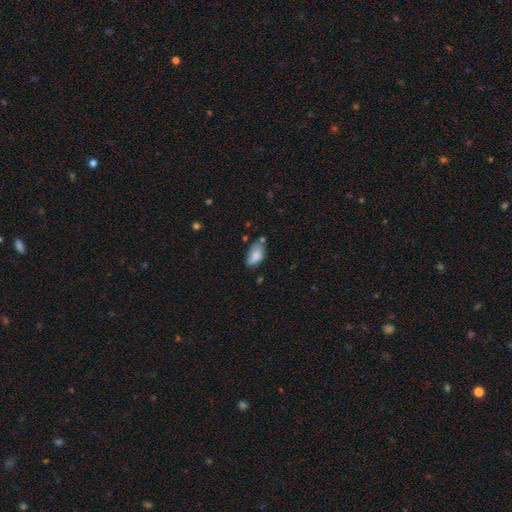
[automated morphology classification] This appears to be a smooth galaxy with no disk features (77%) that is in between round and cigar-shaped (92%). Merging: none (48%).